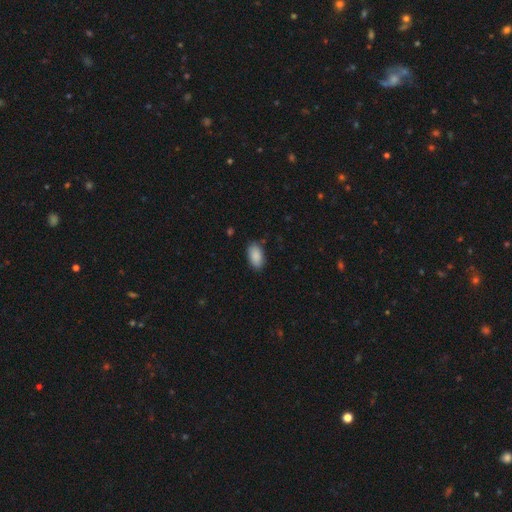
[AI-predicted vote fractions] This appears to be a smooth galaxy with no disk features (90%) that is in between round and cigar-shaped (94%). Merging: none (83%).